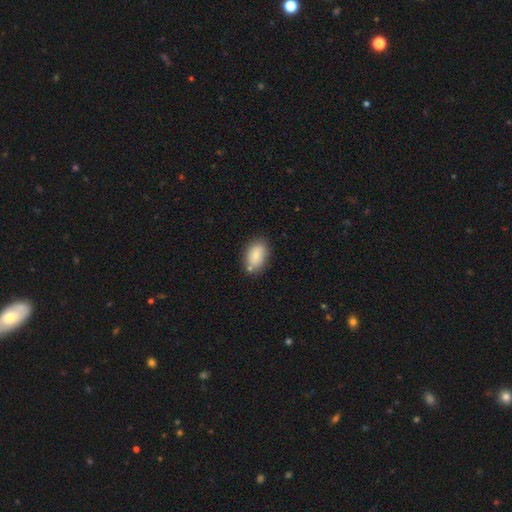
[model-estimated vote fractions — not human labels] A smooth galaxy with no disk features (83%) that is in between round and cigar-shaped (88%).

Vote fractions:
- Smooth or featured? smooth: 83% / featured or disk: 10% / star or artifact: 7%
- How rounded? in between: 88% / round: 10% / cigar-shaped: 2%
- Merging? none: 73% / minor disturbance: 16% / merger: 8% / major disturbance: 4%